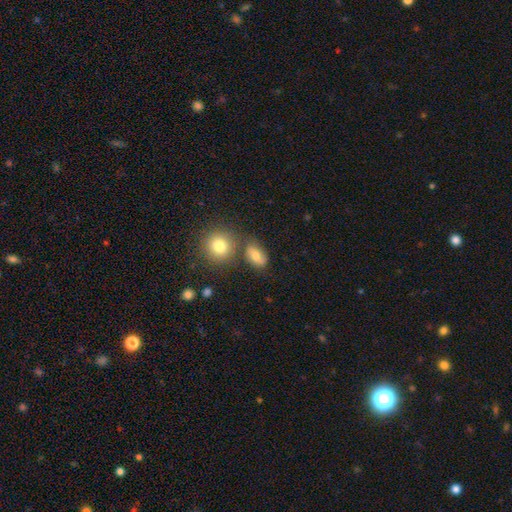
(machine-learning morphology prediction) Smooth or featured? smooth (71%)
How rounded? in between (76%)
Merging? none (62%)